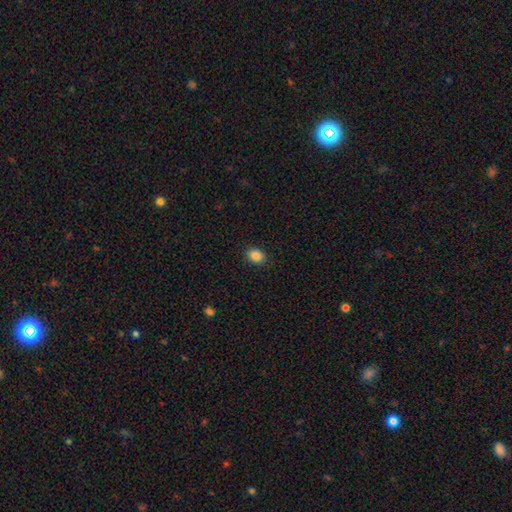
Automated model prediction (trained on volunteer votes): Overall: smooth (86%). How rounded: in between (58%; round 41%). Merging: none (90%).